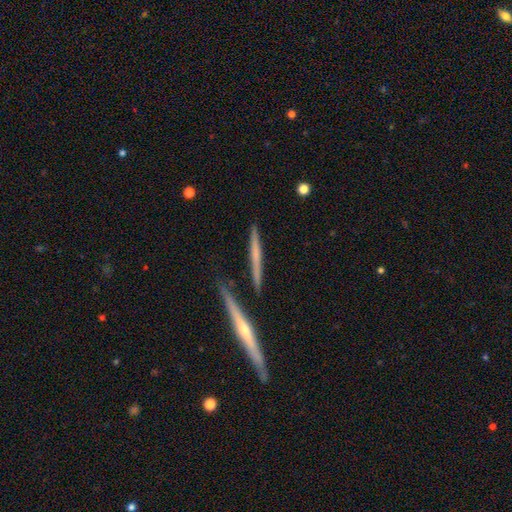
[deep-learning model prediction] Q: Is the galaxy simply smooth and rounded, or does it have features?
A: featured or disk — 56%.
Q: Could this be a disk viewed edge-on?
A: yes — 96%.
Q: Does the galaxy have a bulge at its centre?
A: none — 65%.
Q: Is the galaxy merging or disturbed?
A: none — 82%.